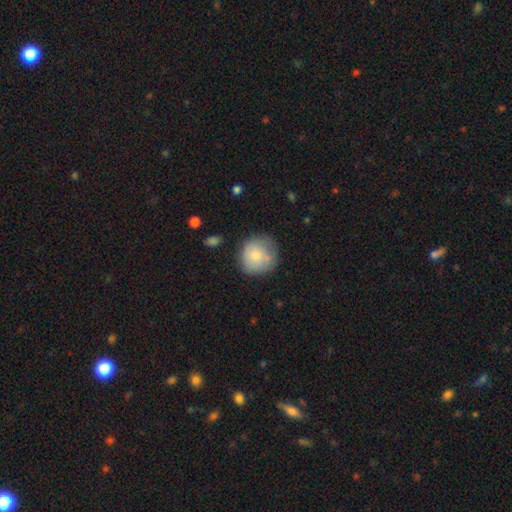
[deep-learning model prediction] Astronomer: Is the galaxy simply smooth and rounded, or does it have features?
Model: smooth — 76%.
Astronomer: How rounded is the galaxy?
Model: round — 90%.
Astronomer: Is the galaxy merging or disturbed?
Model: none — 64%.